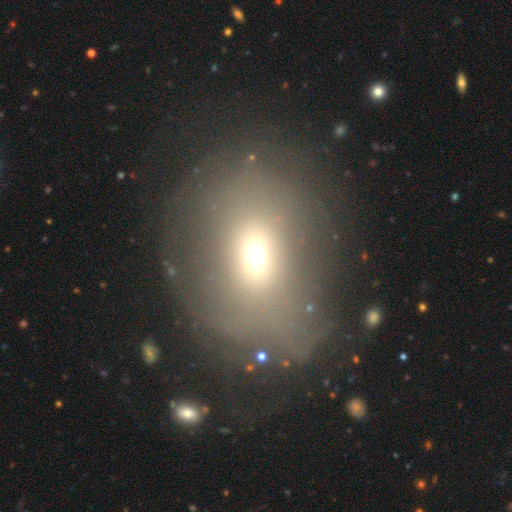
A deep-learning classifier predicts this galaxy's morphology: type=smooth (57%); roundness=round (53%); merging=none (61%).